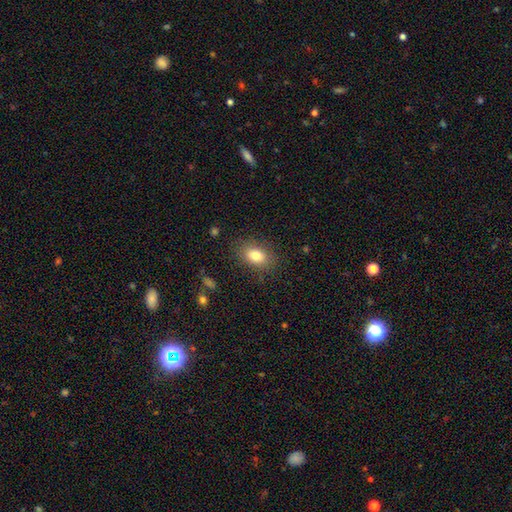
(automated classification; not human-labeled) Overall: smooth (81%). How rounded: in between (82%). Merging: none (84%).